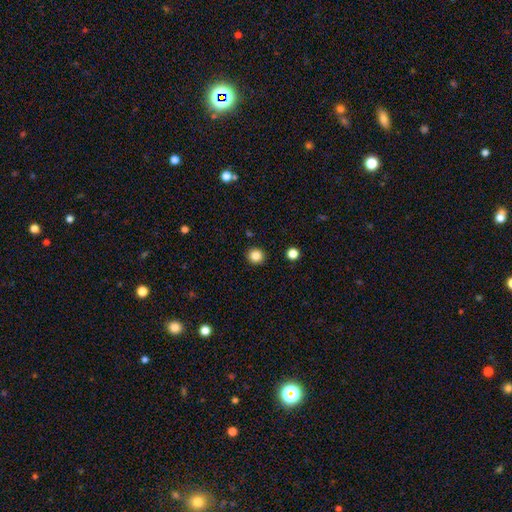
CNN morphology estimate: Smooth or featured? smooth (85%)
How rounded? round (93%)
Merging? none (92%)